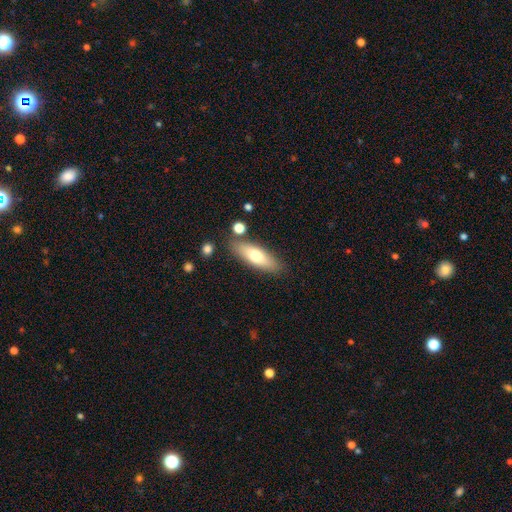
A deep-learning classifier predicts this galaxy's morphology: Q: Smooth or featured?
A: smooth (67%); runner-up: featured or disk (27%)
Q: How rounded?
A: in between (54%); runner-up: cigar-shaped (44%)
Q: Merging?
A: none (81%); runner-up: minor disturbance (12%)